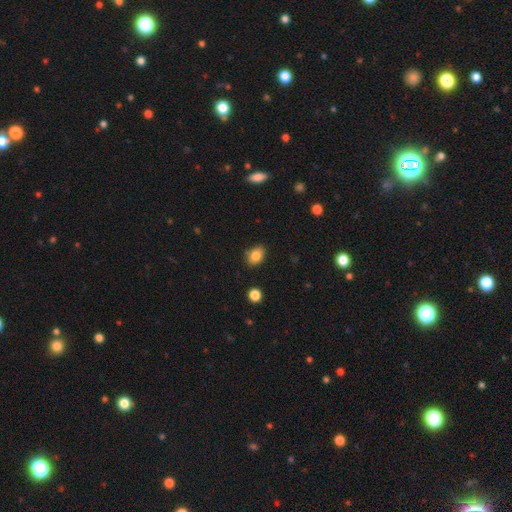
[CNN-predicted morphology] Smooth or featured? smooth (83%)
How rounded? in between (74%)
Merging? none (83%)